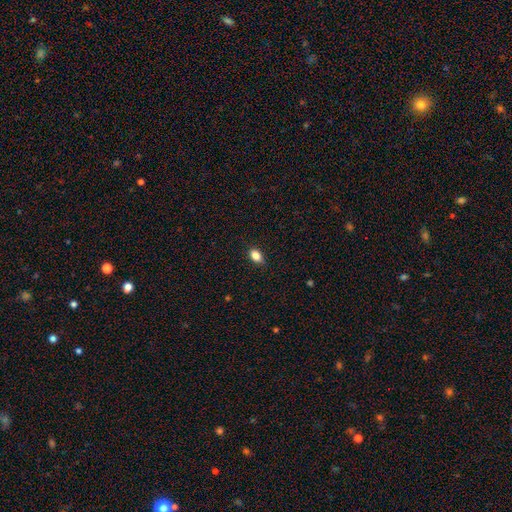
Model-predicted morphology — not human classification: Q: Smooth or featured?
A: smooth (85%); runner-up: star or artifact (9%)
Q: How rounded?
A: in between (84%); runner-up: round (13%)
Q: Merging?
A: none (84%); runner-up: minor disturbance (12%)